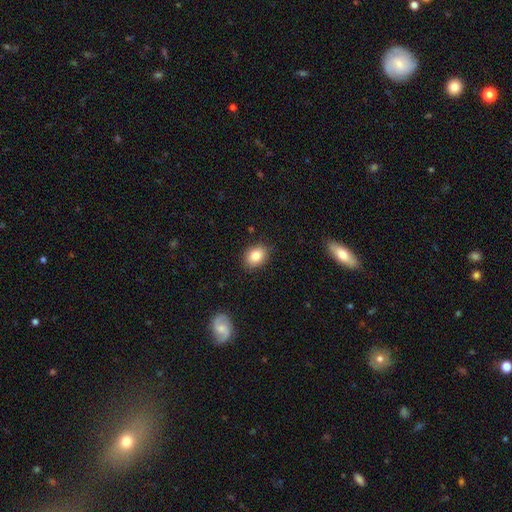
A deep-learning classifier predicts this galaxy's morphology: type=smooth (85%); roundness=in between (61%); merging=none (87%).